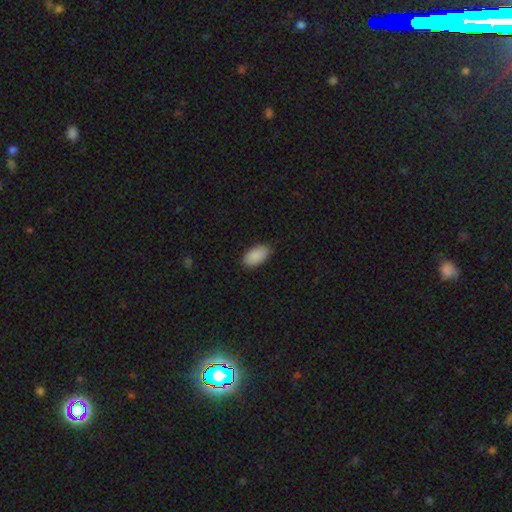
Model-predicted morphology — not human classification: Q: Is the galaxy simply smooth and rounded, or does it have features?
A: smooth — 89%.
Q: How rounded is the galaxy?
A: in between — 95%.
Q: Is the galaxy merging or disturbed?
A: none — 80%.